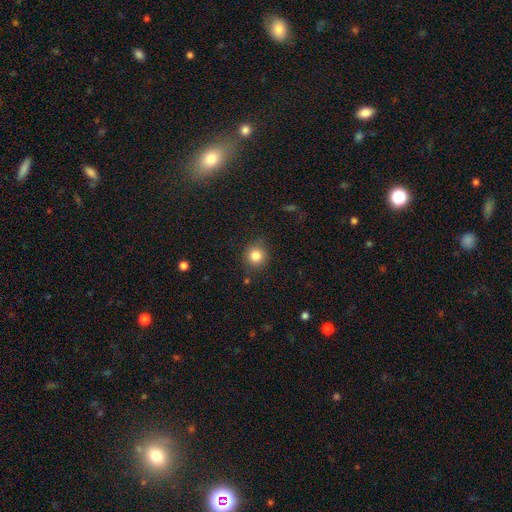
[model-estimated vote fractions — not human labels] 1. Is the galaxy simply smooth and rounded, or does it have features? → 83% smooth, 11% star or artifact, 6% featured or disk.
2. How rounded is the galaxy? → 90% round, 9% in between, 1% cigar-shaped.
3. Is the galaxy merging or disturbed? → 85% none, 10% minor disturbance, 3% major disturbance, 2% merger.